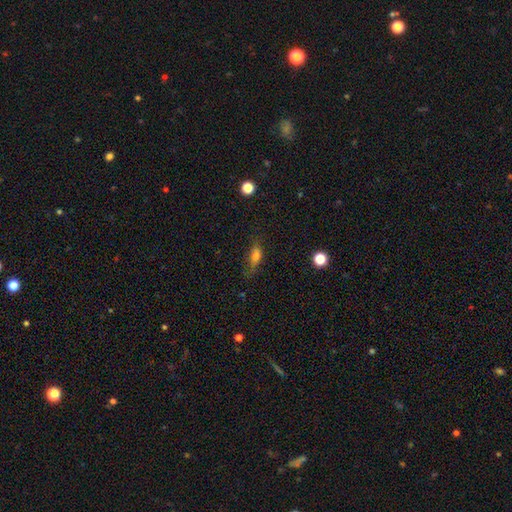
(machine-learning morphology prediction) A smooth galaxy with no disk features (66%) that is in between round and cigar-shaped (57%). Merging: none (70%).